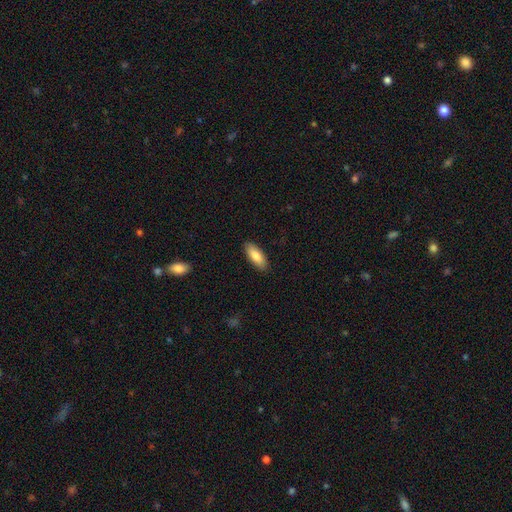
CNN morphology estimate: Smooth or featured? Predicted: smooth (p=0.83). How rounded? Predicted: in between (p=0.76). Merging? Predicted: none (p=0.89).